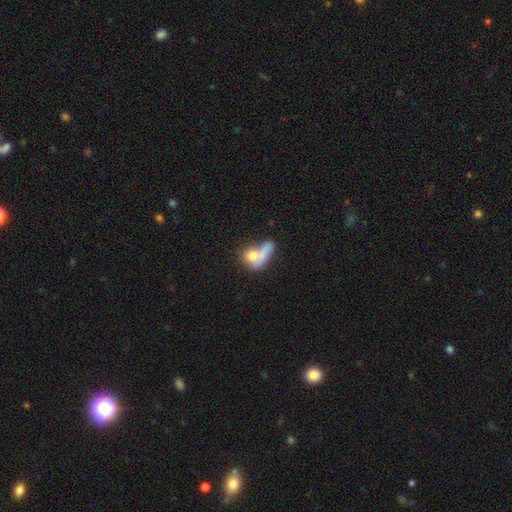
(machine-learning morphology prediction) This is likely a smooth galaxy (68%). How rounded: possibly in between (48%). Merging: possibly merger (52%).